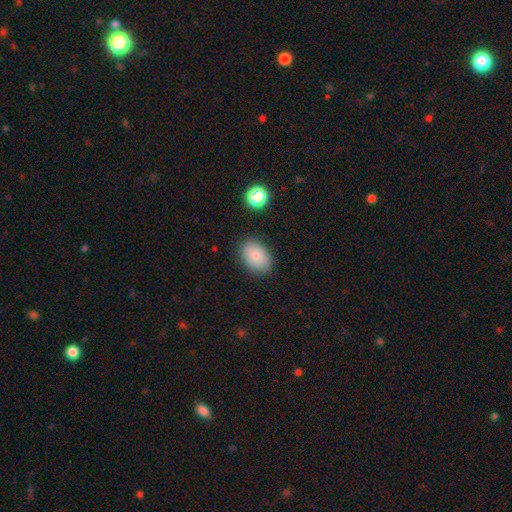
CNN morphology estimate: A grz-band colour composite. It shows a smooth galaxy with no disk features (84%) that is in between round and cigar-shaped (82%). Merging: none (83%).